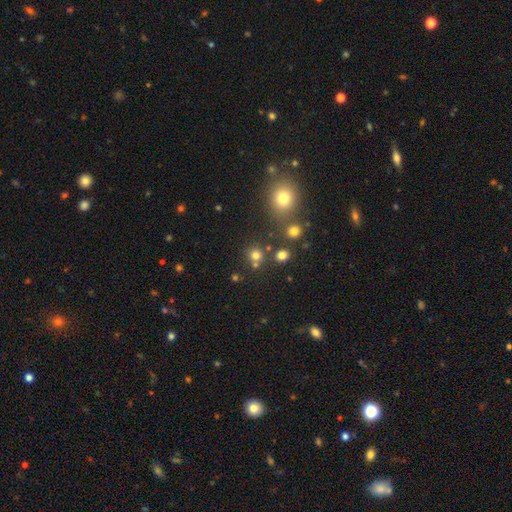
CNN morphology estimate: The model was most divided on "smooth or featured": smooth: 72%, star or artifact: 20%, featured or disk: 7%. More confident: how rounded — round (89%); merging — none (75%).